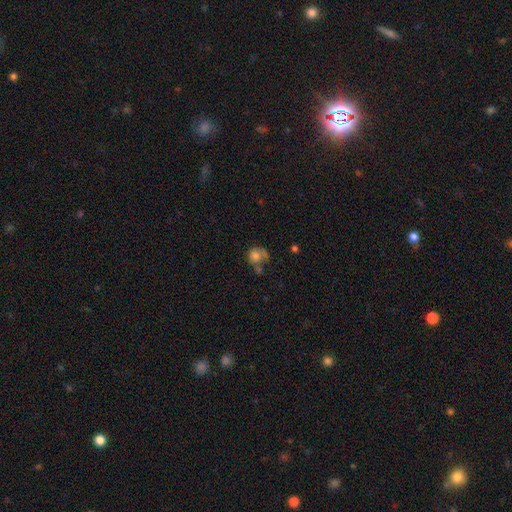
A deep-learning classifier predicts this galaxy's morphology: A smooth galaxy with no disk features (68%) that is round (75%).

Vote fractions:
- Smooth or featured? smooth: 68% / featured or disk: 22% / star or artifact: 10%
- How rounded? round: 75% / in between: 24% / cigar-shaped: 1%
- Merging? none: 35% / merger: 24% / minor disturbance: 21% / major disturbance: 20%